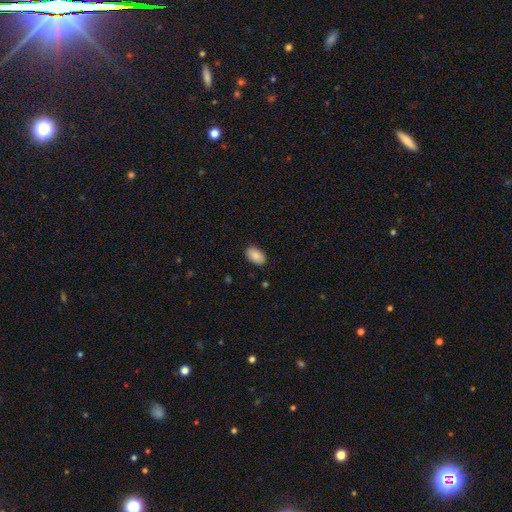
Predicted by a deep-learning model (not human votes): smooth_or_featured: smooth (p=0.88) [alt: star or artifact p=0.07]
how_rounded: in between (p=0.94) [alt: round p=0.05]
merging: none (p=0.88) [alt: minor disturbance p=0.09]